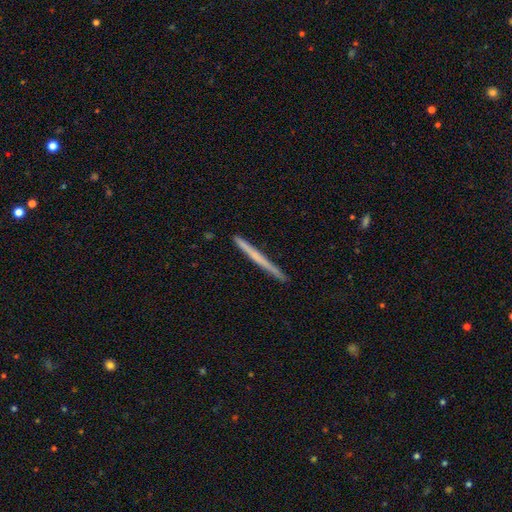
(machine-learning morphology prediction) Q: Smooth or featured?
A: smooth (50%); runner-up: featured or disk (44%)
Q: Merging?
A: none (92%); runner-up: minor disturbance (6%)